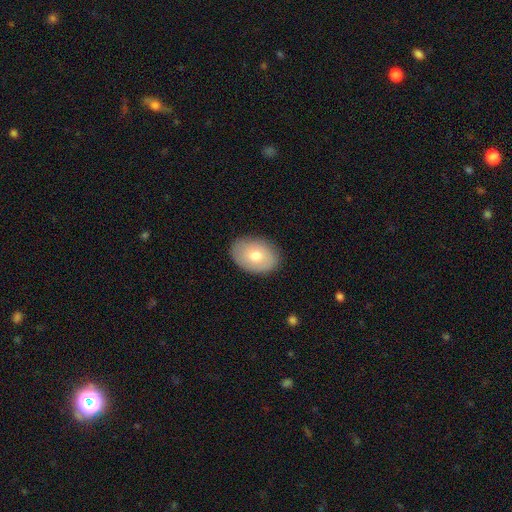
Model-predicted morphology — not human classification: Q: Smooth or featured?
A: smooth (72%); runner-up: featured or disk (22%)
Q: How rounded?
A: in between (79%); runner-up: round (20%)
Q: Merging?
A: none (85%); runner-up: minor disturbance (11%)